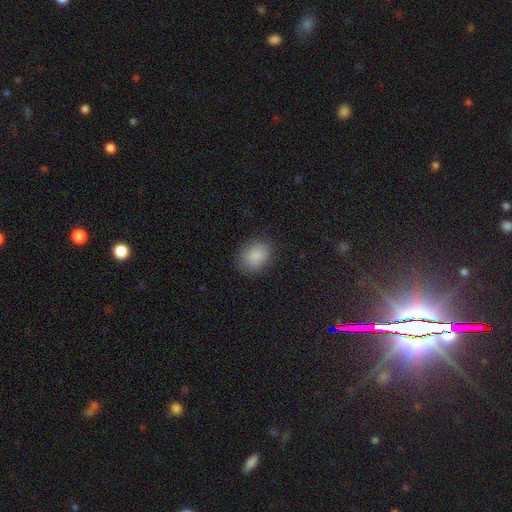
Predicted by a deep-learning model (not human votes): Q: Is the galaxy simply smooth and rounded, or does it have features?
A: smooth — 87%.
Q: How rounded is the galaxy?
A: in between — 61%.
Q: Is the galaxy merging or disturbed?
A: none — 85%.